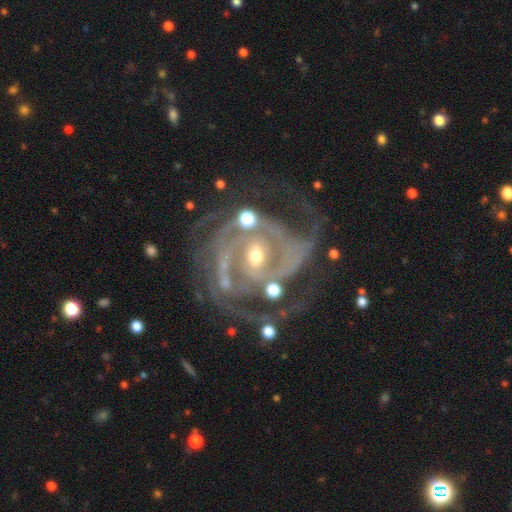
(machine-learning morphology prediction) Smooth or featured? Predicted: featured or disk (p=0.91). Edge-on disk? Predicted: no (p=0.98). Bar? Predicted: no (p=0.40). Spiral arms? Predicted: yes (p=0.97). Spiral winding? Predicted: tight (p=0.52). Spiral arm count? Predicted: 2 (p=0.34). Bulge size? Predicted: small (p=0.58). Merging? Predicted: none (p=0.54).